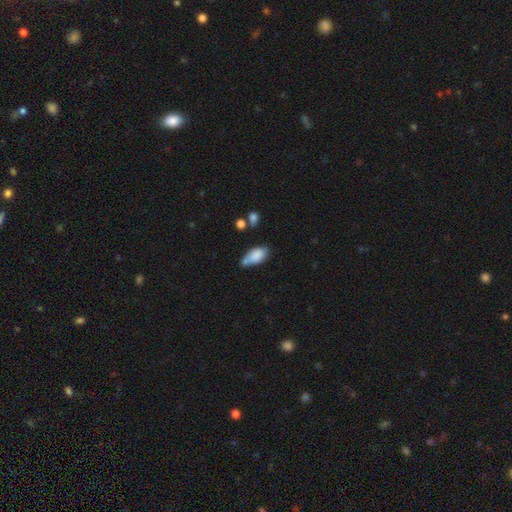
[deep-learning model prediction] Q: Smooth or featured?
A: smooth (82%); runner-up: featured or disk (10%)
Q: How rounded?
A: in between (91%); runner-up: cigar-shaped (5%)
Q: Merging?
A: none (48%); runner-up: minor disturbance (25%)